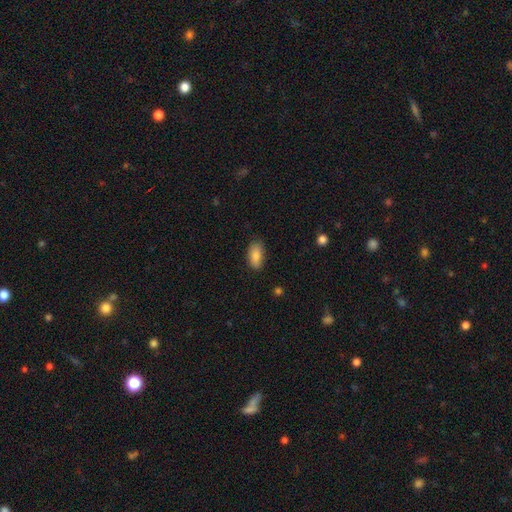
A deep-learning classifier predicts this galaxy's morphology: Smooth or featured? Predicted: smooth (p=0.84). How rounded? Predicted: in between (p=0.91). Merging? Predicted: none (p=0.83).